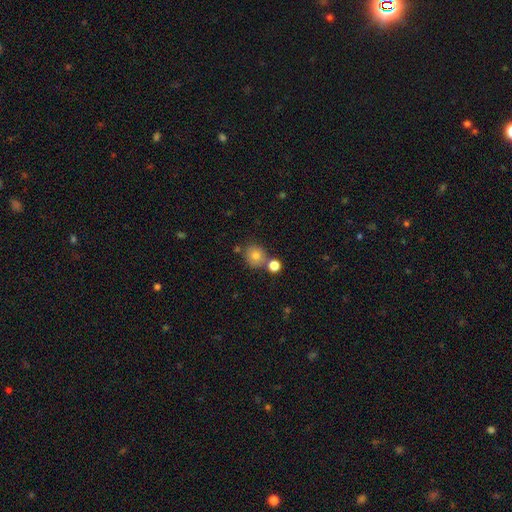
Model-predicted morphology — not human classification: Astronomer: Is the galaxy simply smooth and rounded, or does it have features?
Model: smooth — 78%.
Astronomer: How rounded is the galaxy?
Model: round — 86%.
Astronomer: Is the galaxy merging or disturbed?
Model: none — 69%.